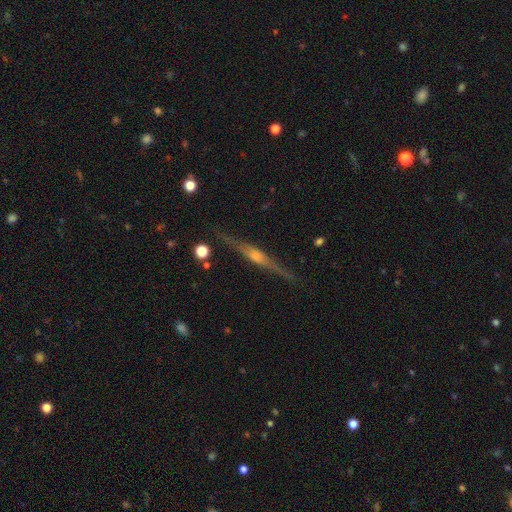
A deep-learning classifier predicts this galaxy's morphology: Overall: featured or disk (80%). Edge-on disk: yes (98%). Edge-on bulge: rounded (72%). Merging: none (87%).